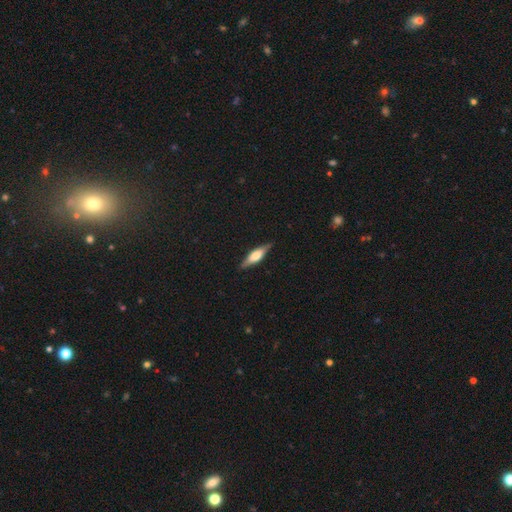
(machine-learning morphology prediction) Smooth or featured?
  - featured or disk: 56% *
  - smooth: 38%
  - star or artifact: 6%
Edge-on disk?
  - yes: 94% *
  - no: 6%
Edge-on bulge?
  - rounded: 77% *
  - boxy: 20%
  - none: 4%
Merging?
  - none: 86% *
  - minor disturbance: 10%
  - major disturbance: 2%
  - merger: 1%